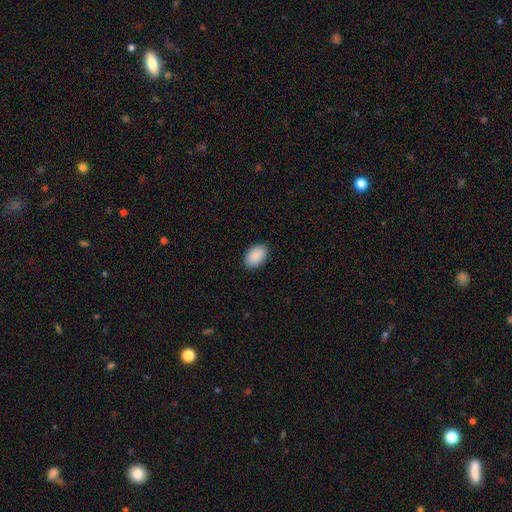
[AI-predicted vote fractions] Morphology: type=smooth (91%); roundness=in between (92%); merging=none (90%).